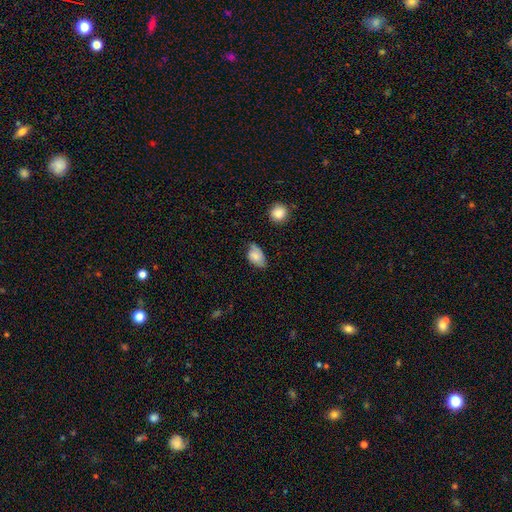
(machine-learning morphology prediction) This appears to be a smooth galaxy with no disk features (67%) that is in between round and cigar-shaped (88%). Merging: none (55%).